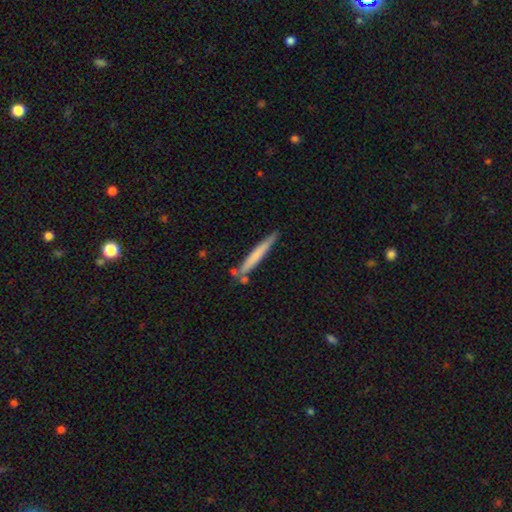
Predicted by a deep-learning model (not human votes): smooth_or_featured: smooth (p=0.63) [alt: featured or disk p=0.32]
how_rounded: cigar-shaped (p=0.96) [alt: in between p=0.03]
merging: none (p=0.77) [alt: minor disturbance p=0.13]